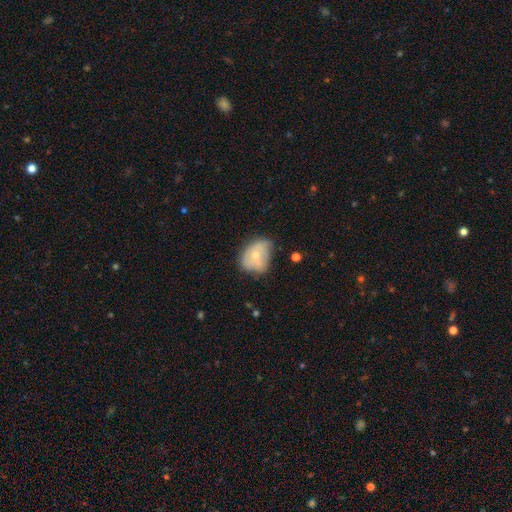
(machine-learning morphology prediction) type=smooth (61%); roundness=in between (64%); merging=minor disturbance (42%).